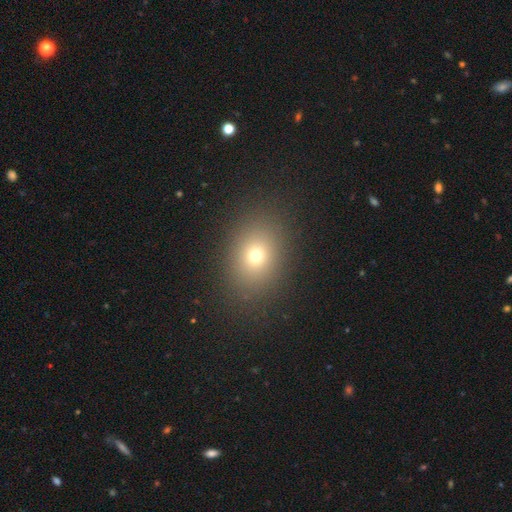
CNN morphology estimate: smooth 71%, star or artifact 18%, featured or disk 12%. Down the decision tree: how rounded — in between (56%); merging — none (87%).